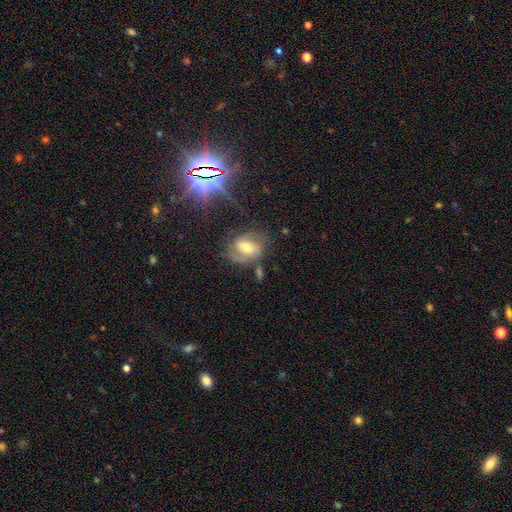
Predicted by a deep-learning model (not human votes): Morphology: type=star or artifact (42%).